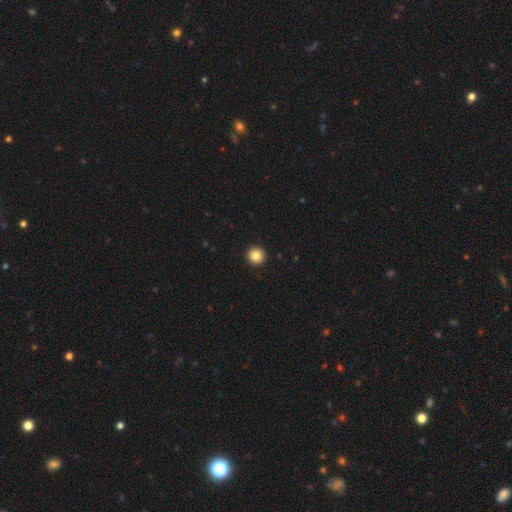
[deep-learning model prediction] smooth 85%, star or artifact 10%, featured or disk 4%. Down the decision tree: how rounded — round (96%); merging — none (94%).